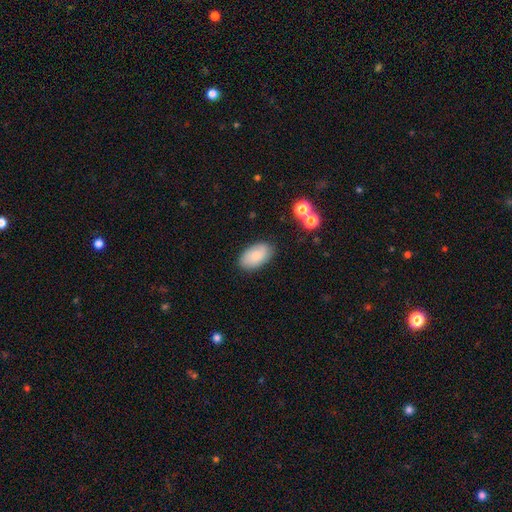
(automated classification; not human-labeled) Smooth or featured? Predicted: smooth (p=0.82). How rounded? Predicted: in between (p=0.94). Merging? Predicted: none (p=0.85).